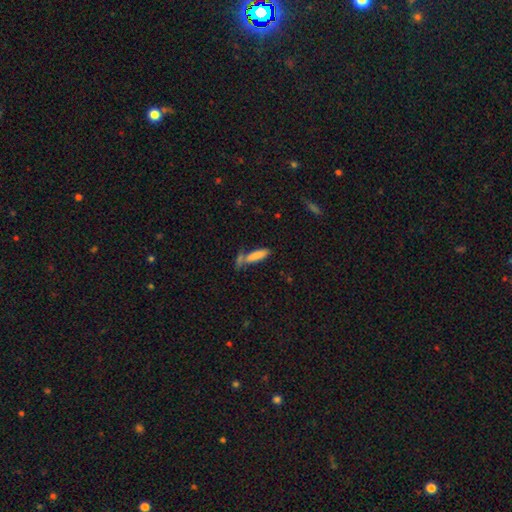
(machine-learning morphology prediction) Smooth or featured? smooth (81%)
How rounded? cigar-shaped (53%)
Merging? none (46%)